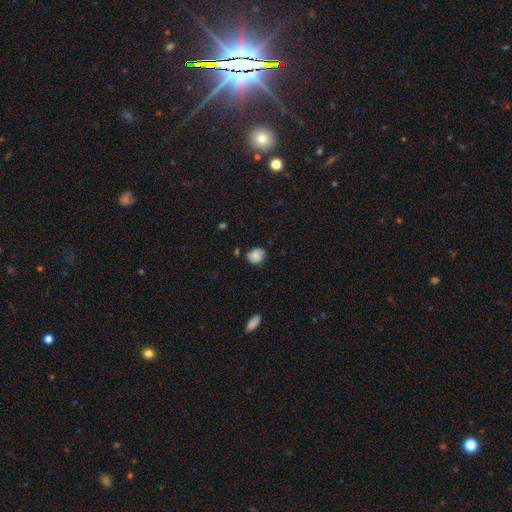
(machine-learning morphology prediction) Smooth or featured? smooth (72%)
How rounded? round (62%)
Merging? none (68%)